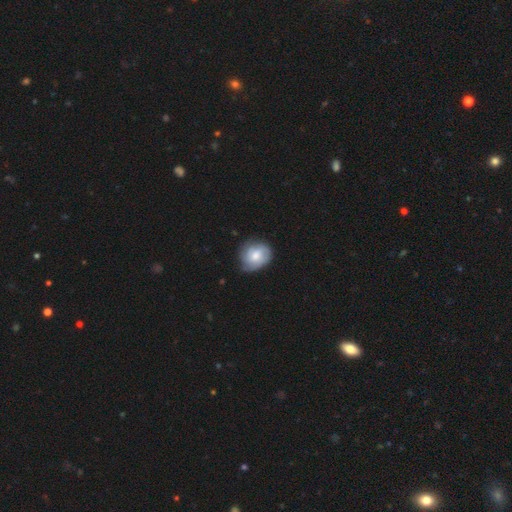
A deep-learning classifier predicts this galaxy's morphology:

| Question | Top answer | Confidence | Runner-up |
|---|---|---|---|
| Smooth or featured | smooth | 57% | featured or disk (37%) |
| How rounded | round | 68% | in between (31%) |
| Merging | none | 65% | minor disturbance (27%) |